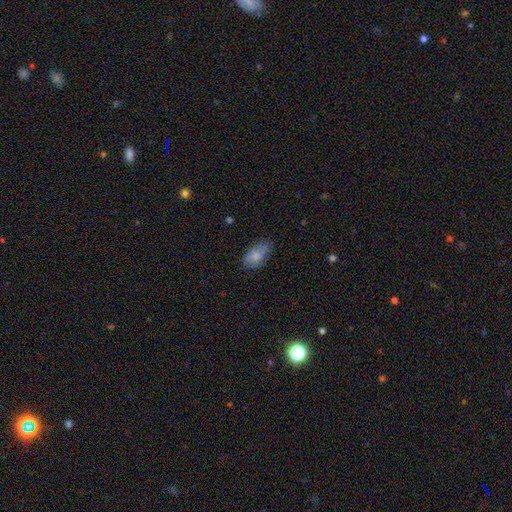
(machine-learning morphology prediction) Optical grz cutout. It shows a smooth galaxy with no disk features (80%) that is in between round and cigar-shaped (91%). Merging: none (57%).